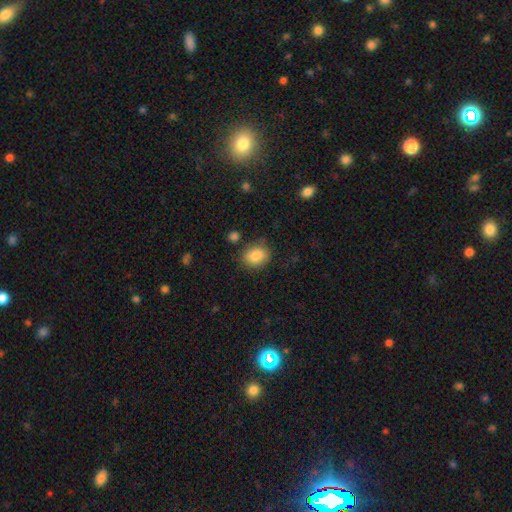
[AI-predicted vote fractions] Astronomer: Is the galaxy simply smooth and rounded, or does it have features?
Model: smooth — 85%.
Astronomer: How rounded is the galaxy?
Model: round — 54% (runner-up: in between, 45%).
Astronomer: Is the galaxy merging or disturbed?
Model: none — 81%.